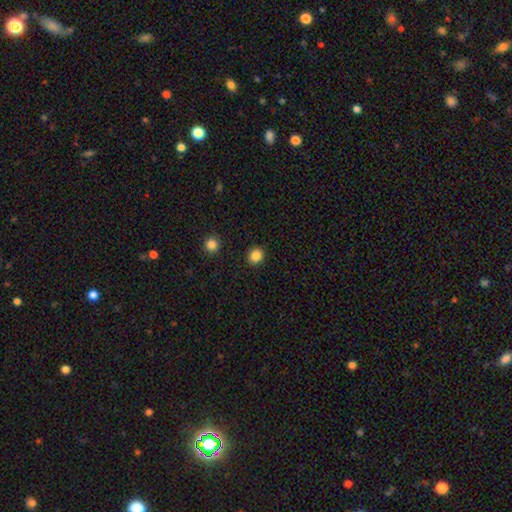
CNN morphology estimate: Smooth or featured? Predicted: smooth (p=0.85). How rounded? Predicted: round (p=0.79). Merging? Predicted: none (p=0.91).